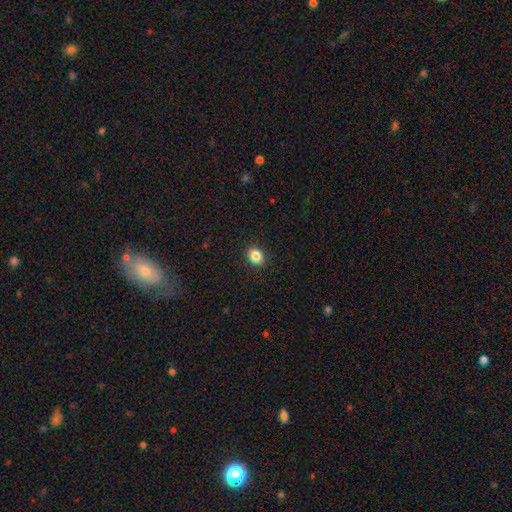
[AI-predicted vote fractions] This appears to be a smooth galaxy with no disk features (85%) that is in between round and cigar-shaped (53%). Merging: none (90%).